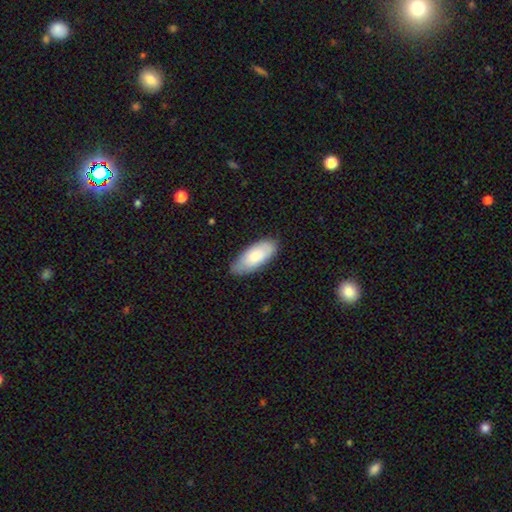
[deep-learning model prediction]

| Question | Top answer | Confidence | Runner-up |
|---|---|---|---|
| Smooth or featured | smooth | 80% | featured or disk (15%) |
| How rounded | in between | 86% | cigar-shaped (13%) |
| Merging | none | 80% | minor disturbance (16%) |